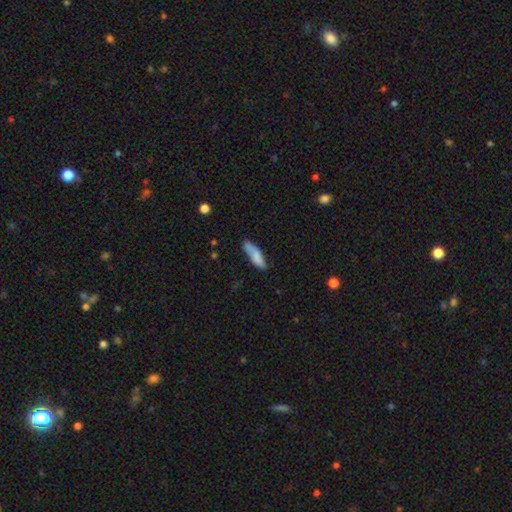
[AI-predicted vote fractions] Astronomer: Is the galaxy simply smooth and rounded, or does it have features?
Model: smooth — 78%.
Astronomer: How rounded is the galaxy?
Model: cigar-shaped — 58% (runner-up: in between, 40%).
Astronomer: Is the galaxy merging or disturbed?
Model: none — 59%.